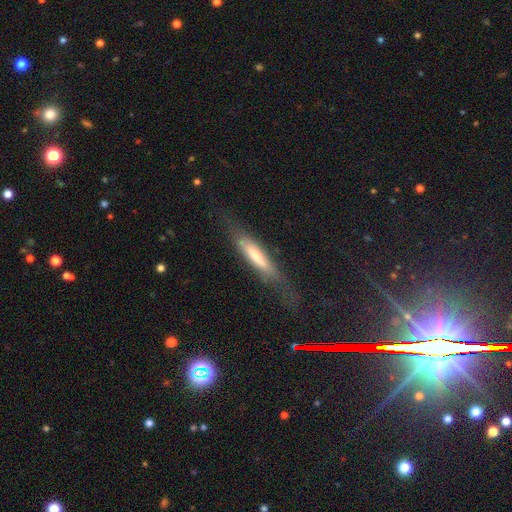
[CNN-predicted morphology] Smooth or featured: smooth — 51% (featured or disk — 42%)
How rounded: cigar-shaped — 83% (in between — 15%)
Merging: none — 62% (minor disturbance — 22%)